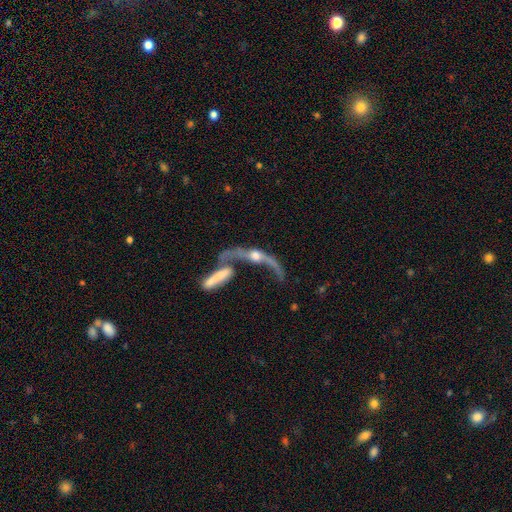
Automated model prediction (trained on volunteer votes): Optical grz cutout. It shows a featured or disk galaxy (71%). Merging: merger (54%).